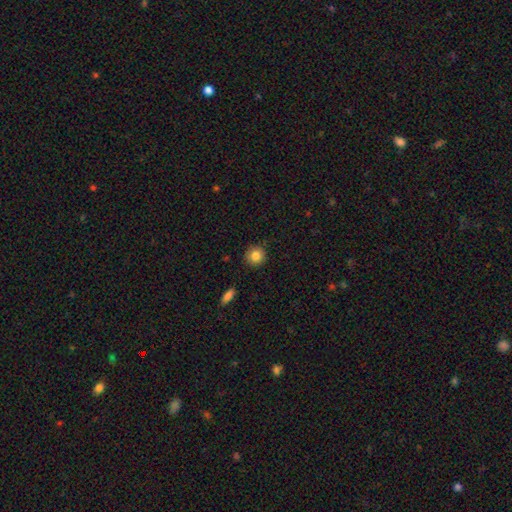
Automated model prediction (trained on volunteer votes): Overall: smooth (84%). How rounded: round (91%). Merging: none (89%).